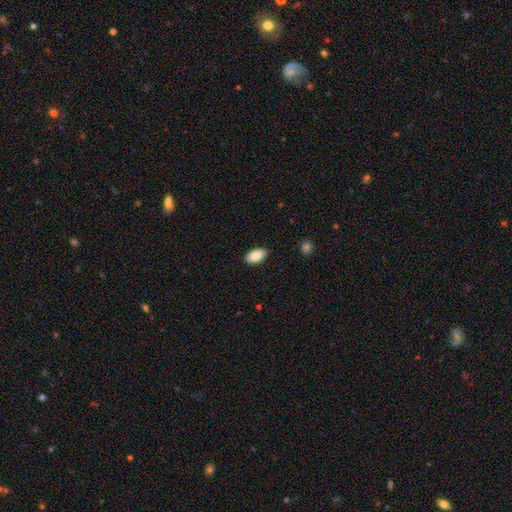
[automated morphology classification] A smooth galaxy with no disk features (88%) that is in between round and cigar-shaped (94%). Merging: none (87%).